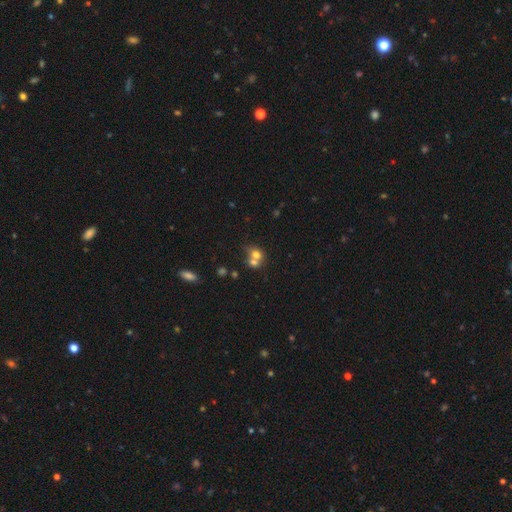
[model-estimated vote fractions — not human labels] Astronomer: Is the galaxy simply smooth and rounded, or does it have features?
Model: smooth — 69%.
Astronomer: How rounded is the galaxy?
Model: round — 68%.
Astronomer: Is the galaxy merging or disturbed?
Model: merger — 61%.